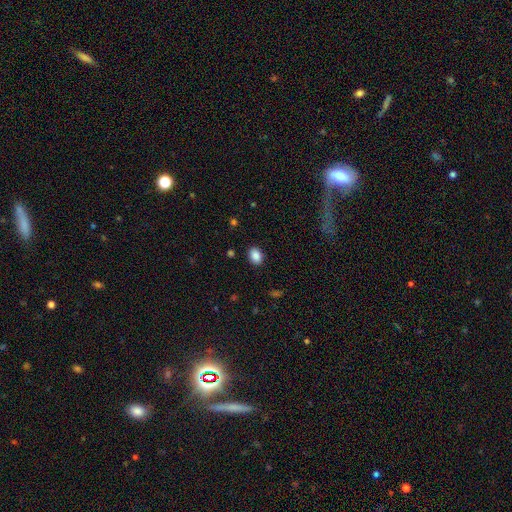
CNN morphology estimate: Smooth or featured? Predicted: smooth (p=0.88). How rounded? Predicted: in between (p=0.72). Merging? Predicted: none (p=0.88).